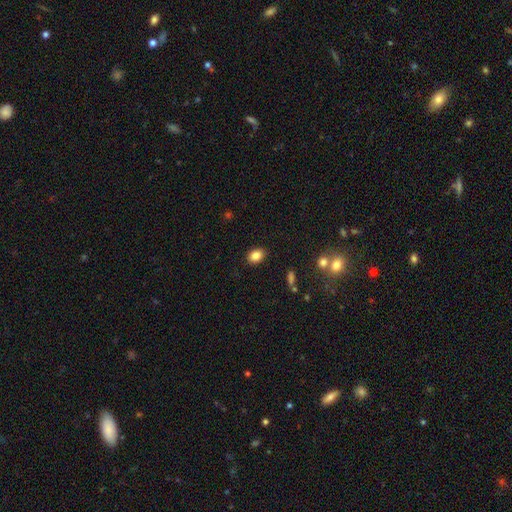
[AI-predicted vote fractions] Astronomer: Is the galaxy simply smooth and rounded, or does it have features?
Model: smooth — 84%.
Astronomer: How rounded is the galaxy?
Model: in between — 71%.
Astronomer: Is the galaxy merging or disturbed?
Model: none — 88%.